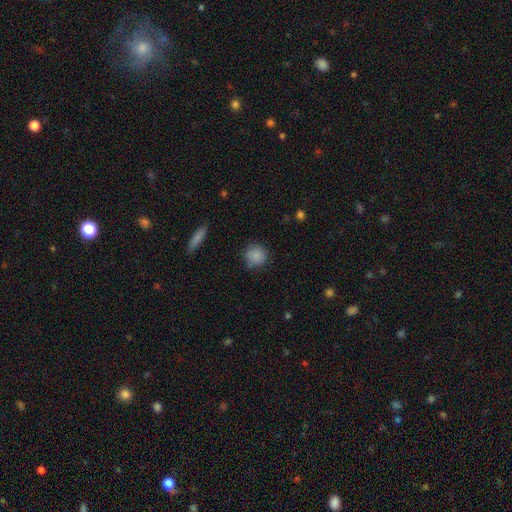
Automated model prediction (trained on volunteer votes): Overall: smooth (86%). How rounded: round (88%). Merging: none (77%).